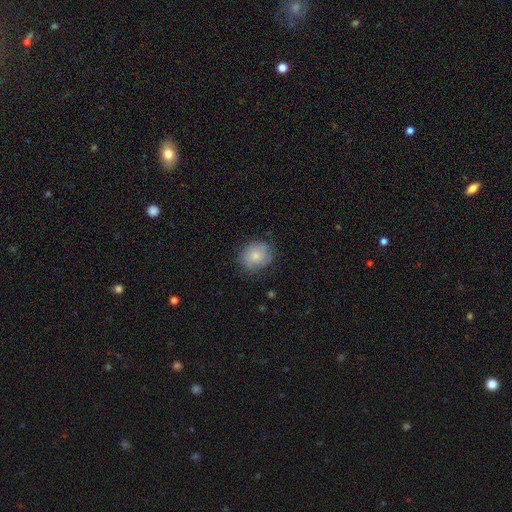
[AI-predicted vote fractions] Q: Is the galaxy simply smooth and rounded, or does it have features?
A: smooth — 73%.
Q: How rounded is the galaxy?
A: round — 70%.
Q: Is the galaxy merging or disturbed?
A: none — 74%.